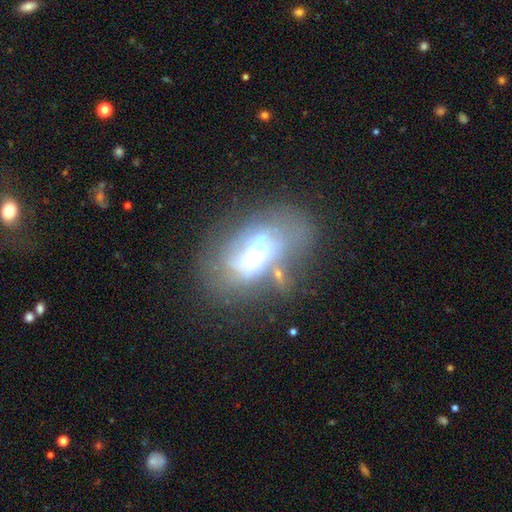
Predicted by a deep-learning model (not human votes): featured or disk 59%, smooth 27%, star or artifact 14%. Down the decision tree: edge-on disk — no (90%); bar — no (52%); spiral arms — no (72%); bulge size — moderate (52%); merging — none (39%).